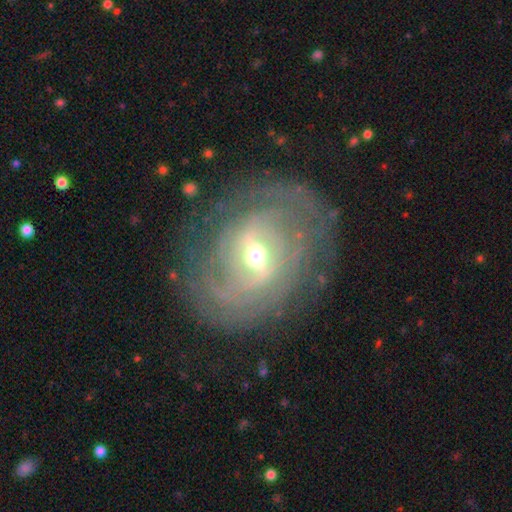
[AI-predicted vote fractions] Morphology: type=featured or disk (86%); edge-on=no (96%); bar=weak (48%); spiral arms=yes (92%); winding=tight (64%); arm count=can't tell (38%); bulge=moderate (56%); merging=none (76%).